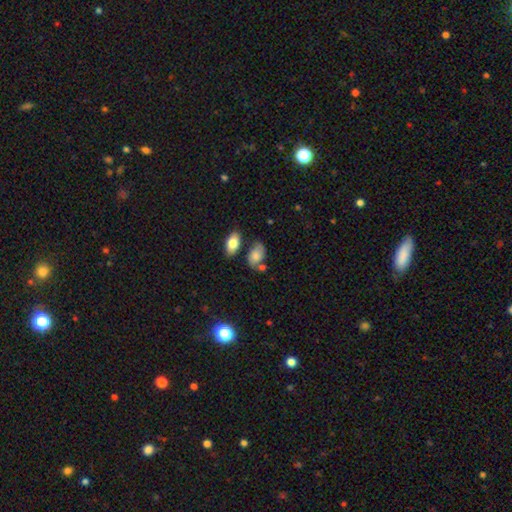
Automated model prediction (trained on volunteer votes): Smooth or featured? Predicted: smooth (p=0.73). How rounded? Predicted: in between (p=0.87). Merging? Predicted: none (p=0.53).